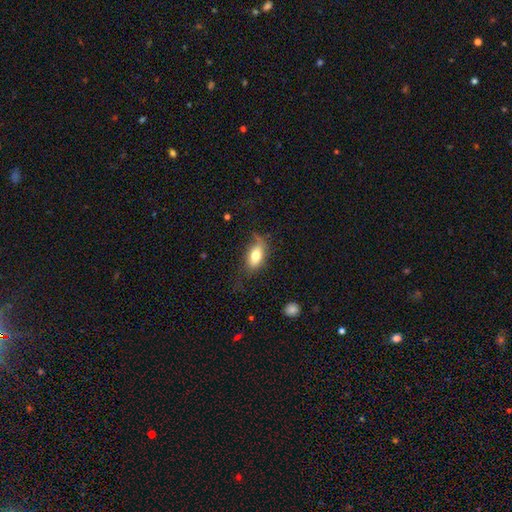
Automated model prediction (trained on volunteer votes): Smooth or featured?
  - smooth: 74% *
  - featured or disk: 18%
  - star or artifact: 8%
How rounded?
  - in between: 87% *
  - cigar-shaped: 8%
  - round: 5%
Merging?
  - none: 60% *
  - minor disturbance: 26%
  - major disturbance: 12%
  - merger: 2%